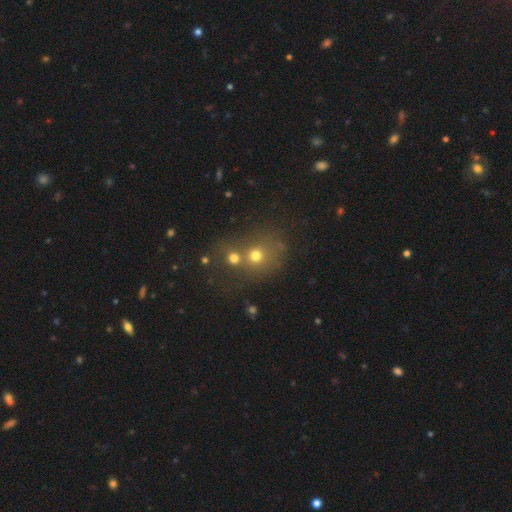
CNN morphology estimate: Smooth or featured: smooth — 66% (star or artifact — 20%)
How rounded: round — 82% (in between — 17%)
Merging: merger — 45% (none — 43%)